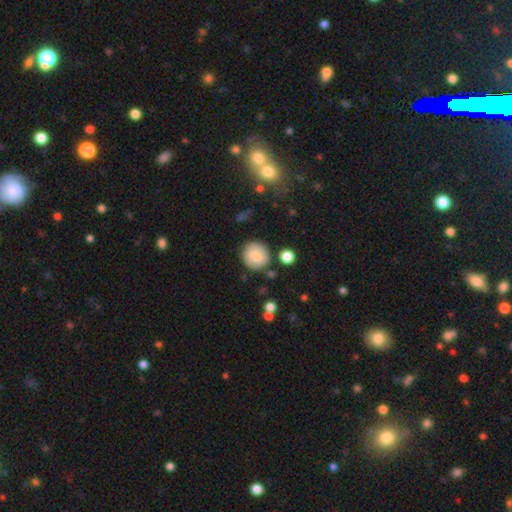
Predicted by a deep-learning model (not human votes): Smooth or featured: smooth — 81% (featured or disk — 11%)
How rounded: round — 91% (in between — 8%)
Merging: none — 84% (minor disturbance — 10%)